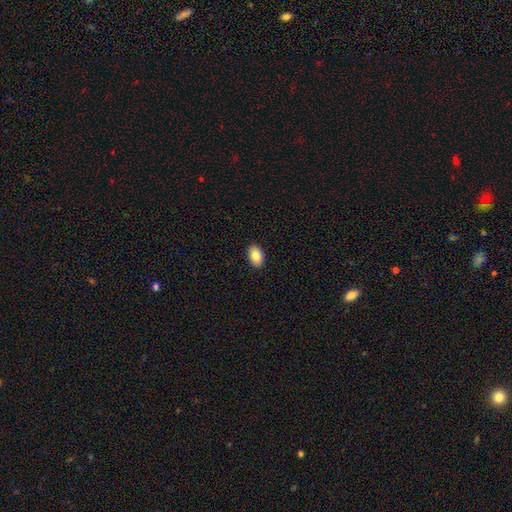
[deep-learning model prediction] Smooth or featured: smooth — 85% (featured or disk — 8%)
How rounded: in between — 90% (round — 8%)
Merging: none — 90% (minor disturbance — 7%)